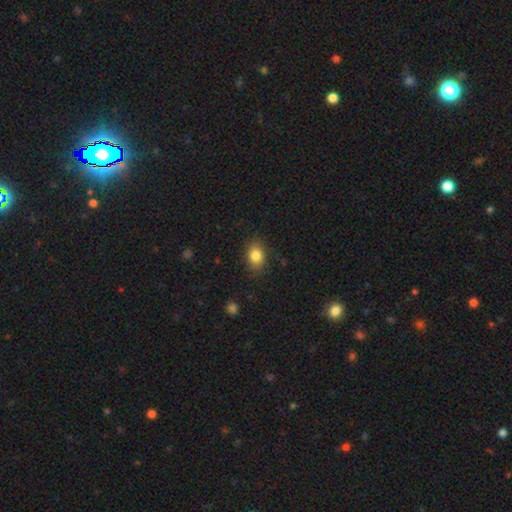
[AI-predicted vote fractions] This is clearly a smooth galaxy (84%). How rounded: likely in between (68%). Merging: clearly none (84%).